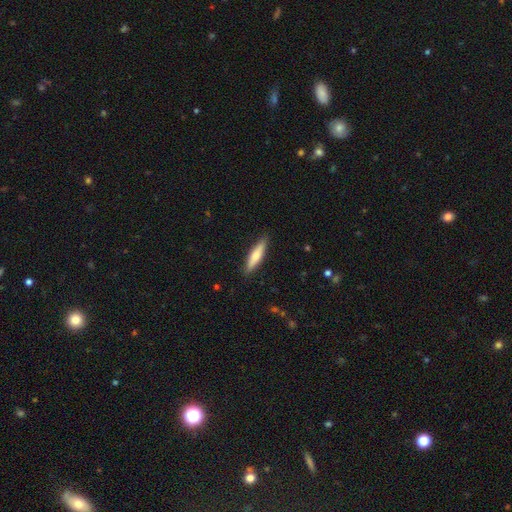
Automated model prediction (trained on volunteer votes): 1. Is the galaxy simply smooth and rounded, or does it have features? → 63% smooth, 32% featured or disk, 5% star or artifact.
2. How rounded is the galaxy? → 81% cigar-shaped, 18% in between, 1% round.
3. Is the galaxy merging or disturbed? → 89% none, 8% minor disturbance, 2% major disturbance, 1% merger.